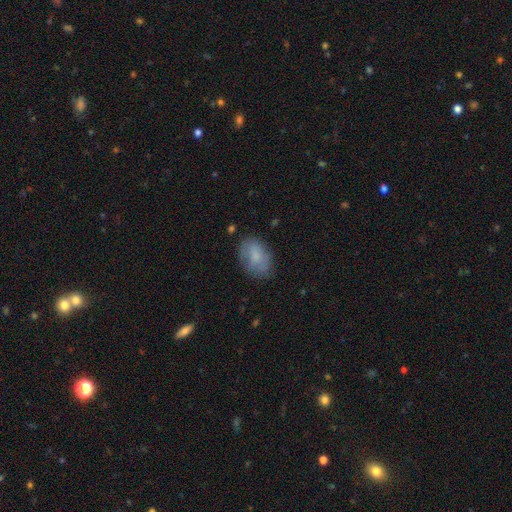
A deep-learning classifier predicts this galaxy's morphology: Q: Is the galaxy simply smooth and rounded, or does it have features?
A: smooth — 74%.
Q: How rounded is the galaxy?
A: in between — 84%.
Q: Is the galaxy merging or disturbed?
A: none — 71%.